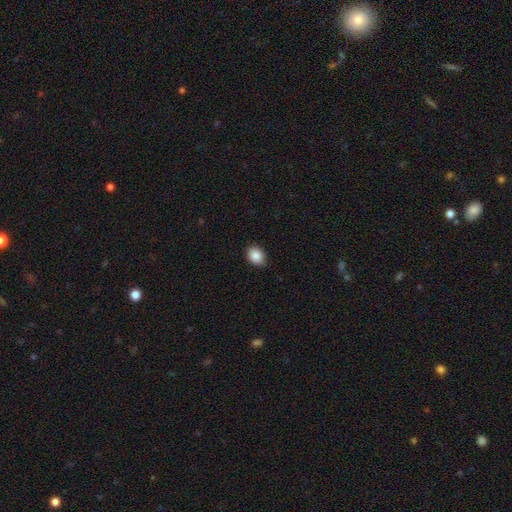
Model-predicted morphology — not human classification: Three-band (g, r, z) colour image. It shows a smooth galaxy with no disk features (89%) that is in between round and cigar-shaped (64%). Merging: none (86%).